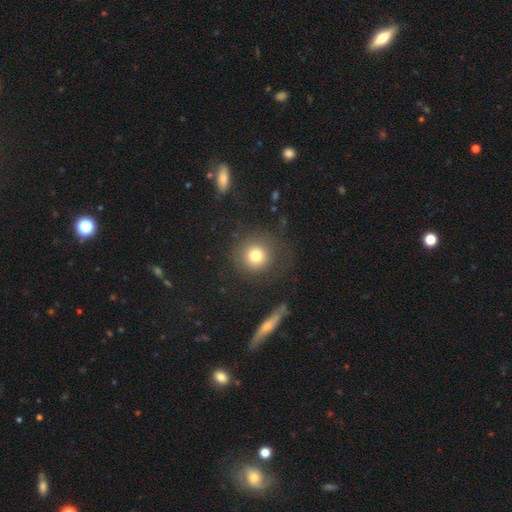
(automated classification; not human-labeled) The model was most divided on "smooth or featured": smooth: 76%, featured or disk: 13%, star or artifact: 11%. More confident: how rounded — round (94%); merging — none (76%).